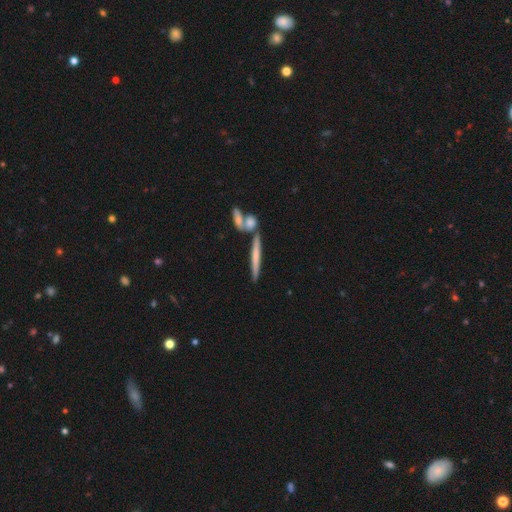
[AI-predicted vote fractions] Smooth or featured: smooth — 48% (featured or disk — 44%)
Merging: none — 65% (merger — 21%)